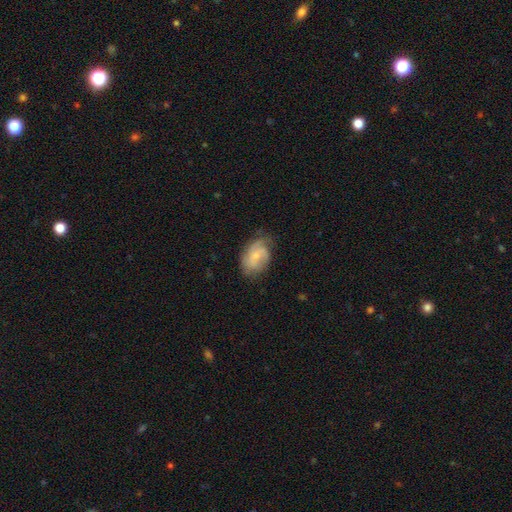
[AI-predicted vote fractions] Smooth or featured? featured or disk (66%)
Edge-on disk? no (97%)
Bar? no (60%)
Spiral arms? yes (92%)
Spiral winding? medium (42%)
Spiral arm count? 2 (34%)
Bulge size? small (63%)
Merging? none (63%)